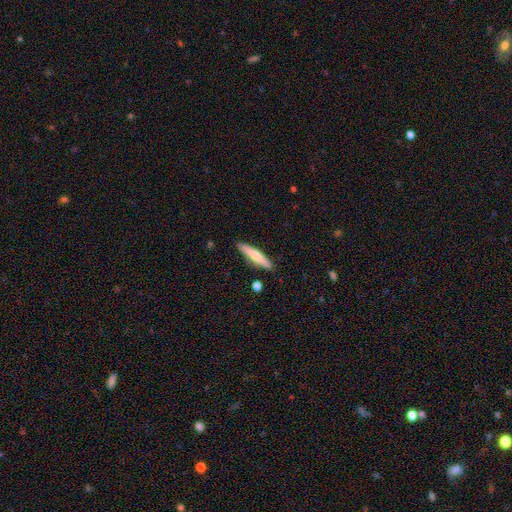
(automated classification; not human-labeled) A smooth galaxy with no disk features (66%) that is cigar-shaped (85%). Merging: none (86%).